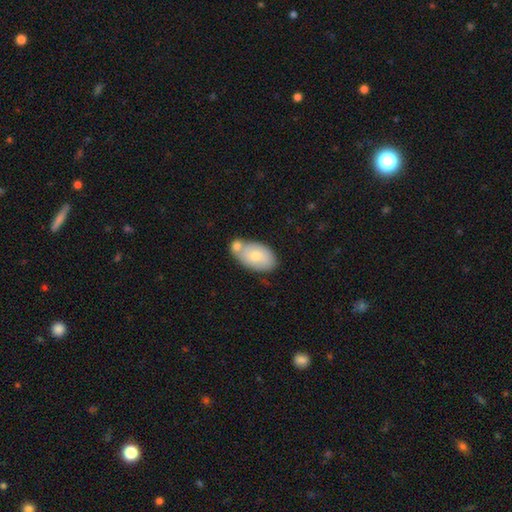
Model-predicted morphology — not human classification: smooth_or_featured: smooth (p=0.67) [alt: featured or disk p=0.27]
how_rounded: in between (p=0.91) [alt: round p=0.08]
merging: none (p=0.44) [alt: merger p=0.36]